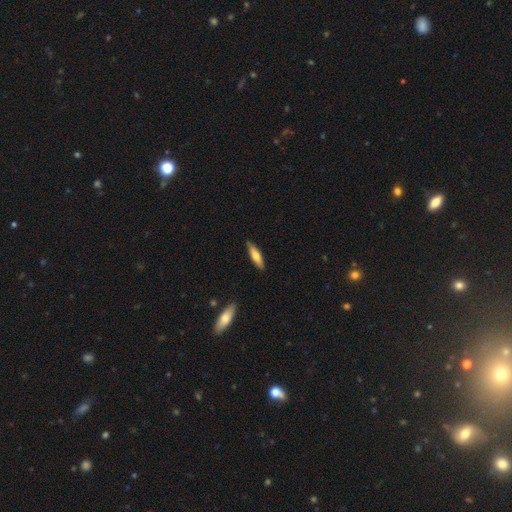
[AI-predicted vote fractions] smooth_or_featured: smooth (p=0.65) [alt: featured or disk p=0.30]
how_rounded: cigar-shaped (p=0.71) [alt: in between p=0.28]
merging: none (p=0.87) [alt: minor disturbance p=0.10]